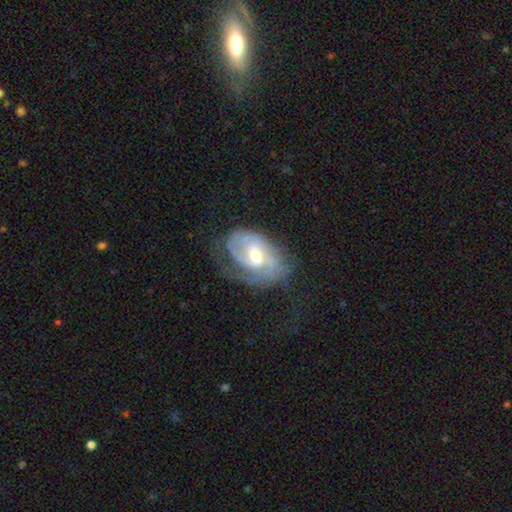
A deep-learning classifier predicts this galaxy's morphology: smooth-or-featured: featured or disk: 83% | smooth: 12% | star or artifact: 5%
  disk-edge-on: no: 97% | yes: 3%
    bar: weak: 49% | no: 38% | strong: 12%
    has-spiral-arms: yes: 93% | no: 7%
      spiral-winding: tight: 47% | medium: 39% | loose: 14%
      spiral-arm-count: 2: 46% | can't tell: 22% | 1: 15% | 3: 12% | 4: 3% | more than 4: 2%
    bulge-size: moderate: 67% | small: 24% | large: 7% | none: 1% | dominant: 1%
  merging: none: 54% | minor disturbance: 26% | major disturbance: 19% | merger: 2%